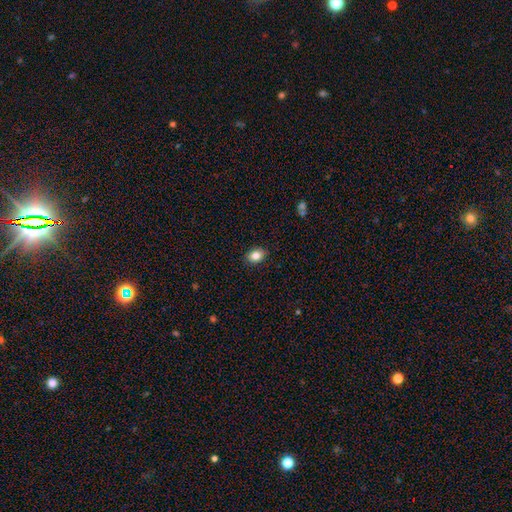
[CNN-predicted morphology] This is clearly a smooth galaxy (85%). How rounded: likely in between (67%). Merging: clearly none (89%).